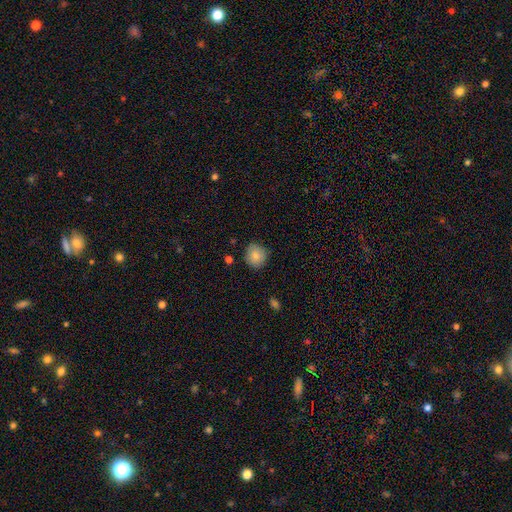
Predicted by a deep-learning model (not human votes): Smooth or featured? Predicted: smooth (p=0.84). How rounded? Predicted: round (p=0.86). Merging? Predicted: none (p=0.83).